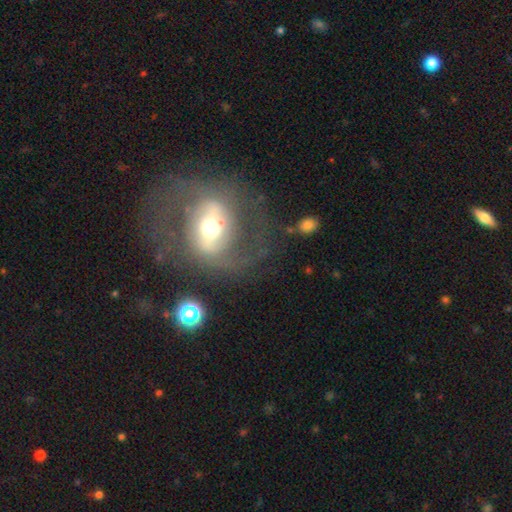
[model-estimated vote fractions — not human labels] Overall: featured or disk (77%). Edge-on disk: no (95%). Bar: strong (41%; weak 36%). Spiral arms: yes (77%). Spiral arm count: 2 (85%). Spiral winding: medium (49%; loose 30%). Bulge size: moderate (63%). Merging: none (67%).